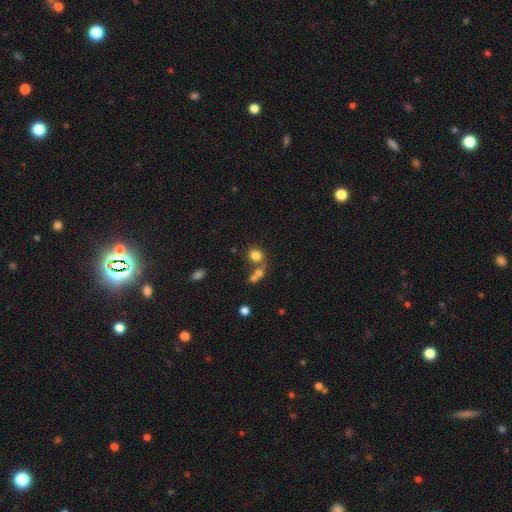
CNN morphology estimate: Q: Smooth or featured?
A: smooth (78%); runner-up: star or artifact (13%)
Q: How rounded?
A: round (71%); runner-up: in between (28%)
Q: Merging?
A: none (50%); runner-up: merger (35%)